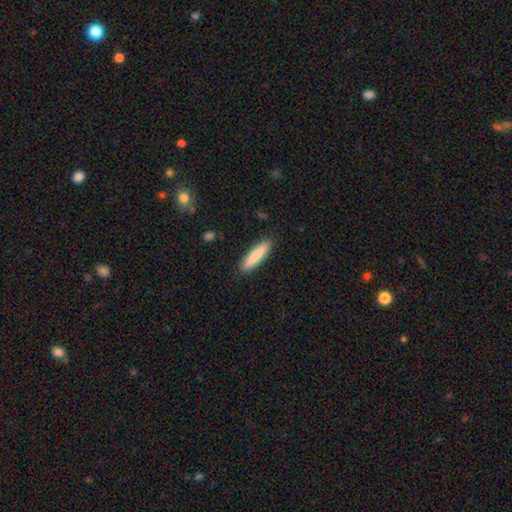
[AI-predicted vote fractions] This is clearly a smooth galaxy (85%). How rounded: clearly cigar-shaped (82%). Merging: clearly none (89%).